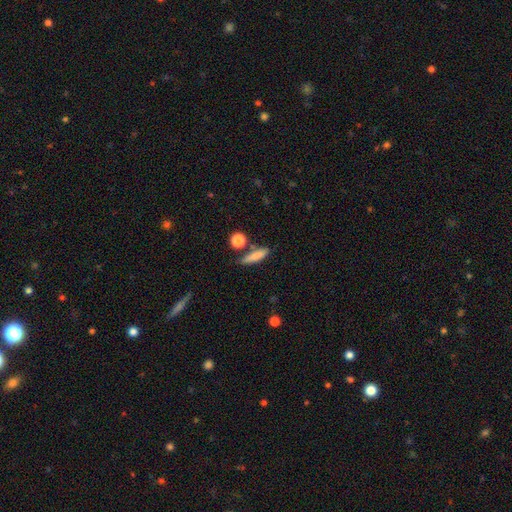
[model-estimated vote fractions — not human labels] A smooth galaxy with no disk features (80%) that is cigar-shaped (66%). Merging: none (66%).